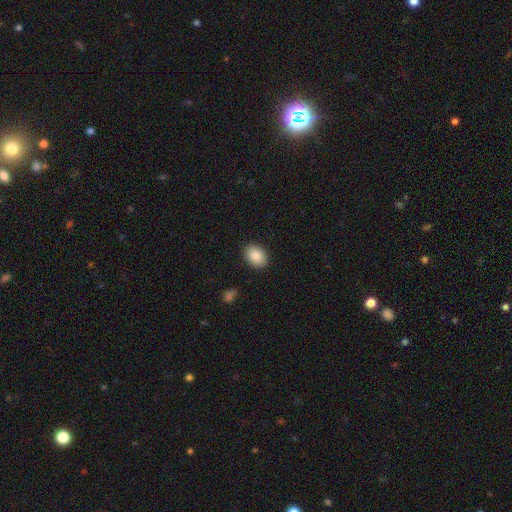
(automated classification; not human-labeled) Smooth or featured?
  - smooth: 86% *
  - star or artifact: 7%
  - featured or disk: 6%
How rounded?
  - in between: 73% *
  - round: 26%
  - cigar-shaped: 1%
Merging?
  - none: 89% *
  - minor disturbance: 8%
  - major disturbance: 2%
  - merger: 1%